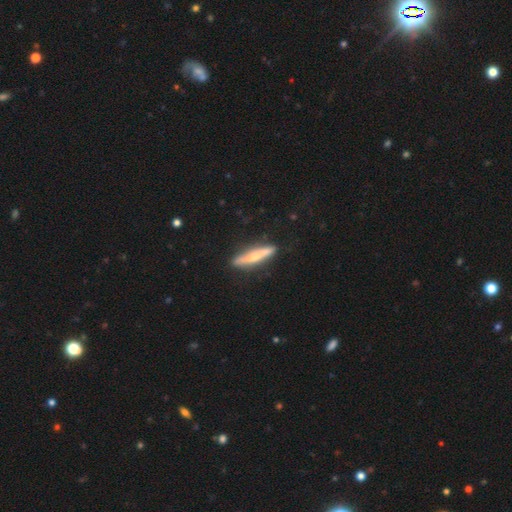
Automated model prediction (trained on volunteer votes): This appears to be a featured or disk galaxy (50%) viewed edge-on (94%). Merging: none (86%).